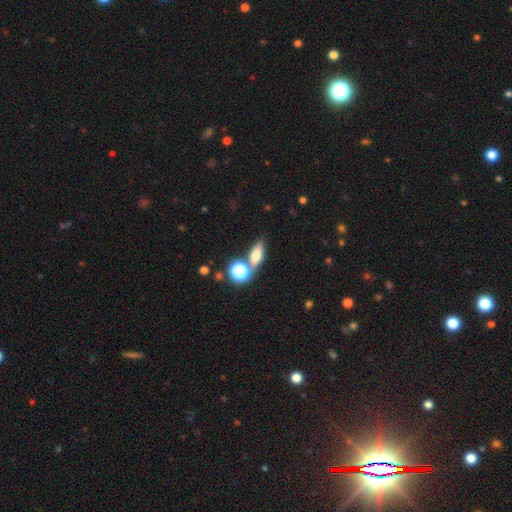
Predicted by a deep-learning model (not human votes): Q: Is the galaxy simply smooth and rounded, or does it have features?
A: smooth — 64%.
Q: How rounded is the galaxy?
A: in between — 58%.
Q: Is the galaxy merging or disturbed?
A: none — 61%.